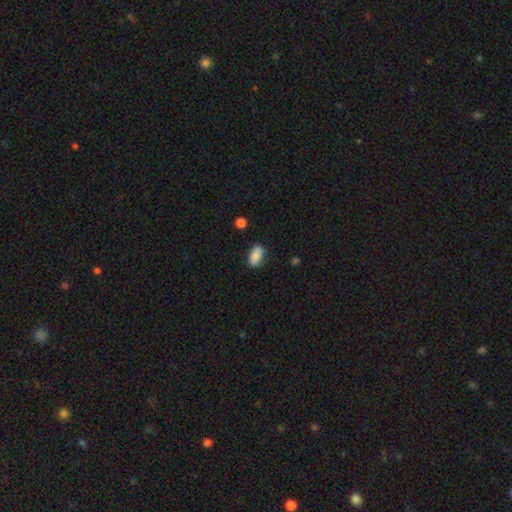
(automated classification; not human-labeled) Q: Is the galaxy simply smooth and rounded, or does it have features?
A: smooth — 76%.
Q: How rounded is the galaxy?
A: in between — 91%.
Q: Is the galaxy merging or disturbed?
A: none — 79%.